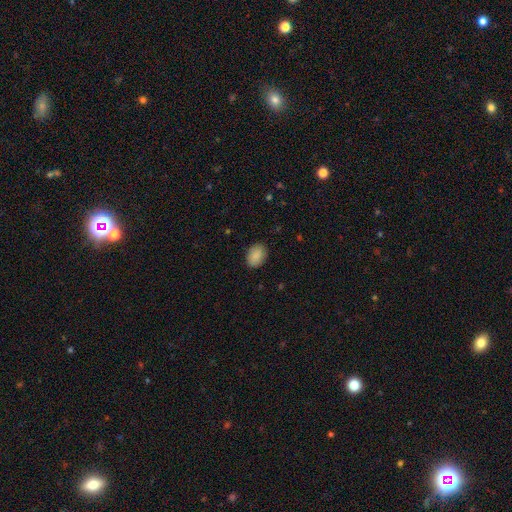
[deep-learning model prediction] smooth 89%, star or artifact 7%, featured or disk 4%. Down the decision tree: how rounded — in between (77%); merging — none (87%).